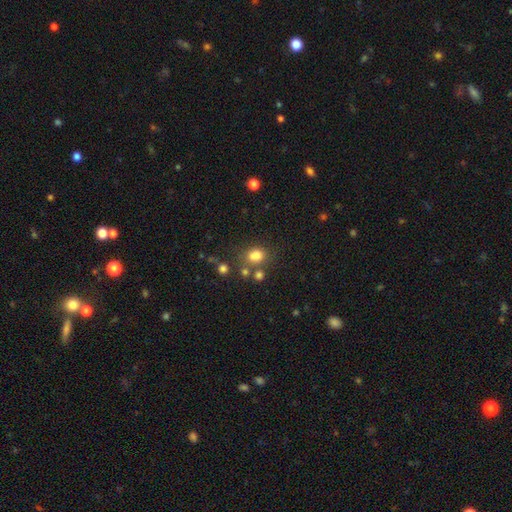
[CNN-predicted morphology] smooth 78%, star or artifact 14%, featured or disk 8%. Down the decision tree: how rounded — round (56%); merging — none (61%).